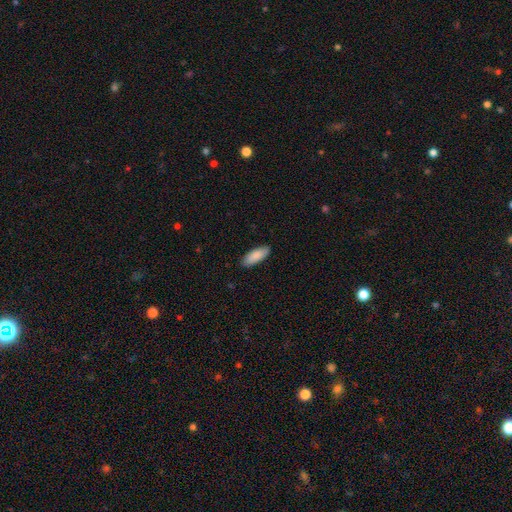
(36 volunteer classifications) Smooth or featured? smooth (94%)
How rounded? in between (82%)
Merging? none (83%)